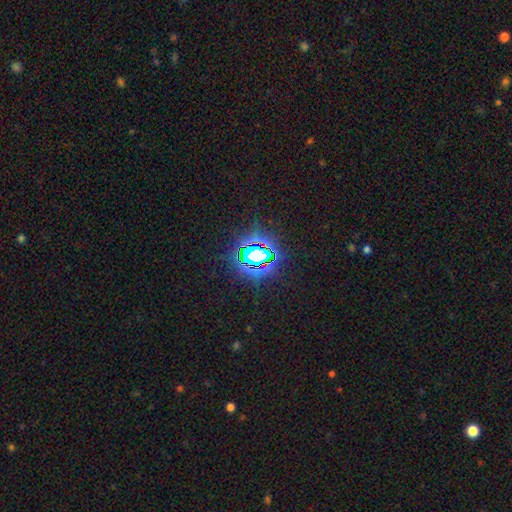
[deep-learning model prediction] star or artifact 76%, smooth 14%, featured or disk 10%.